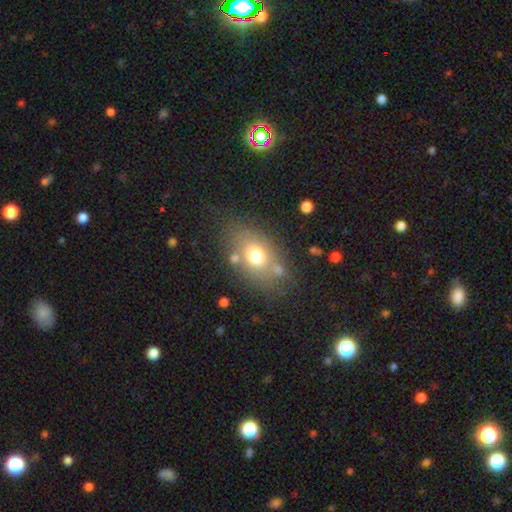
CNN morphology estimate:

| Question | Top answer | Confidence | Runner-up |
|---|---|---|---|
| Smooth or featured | smooth | 67% | featured or disk (20%) |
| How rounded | in between | 71% | round (27%) |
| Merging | none | 70% | minor disturbance (15%) |